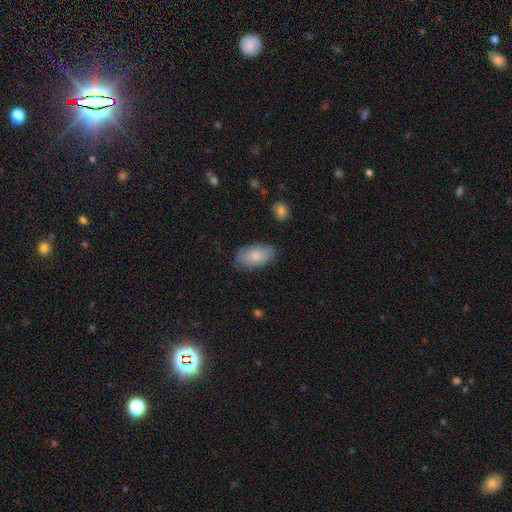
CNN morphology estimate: A smooth galaxy with no disk features (79%) that is in between round and cigar-shaped (94%). Merging: none (78%).